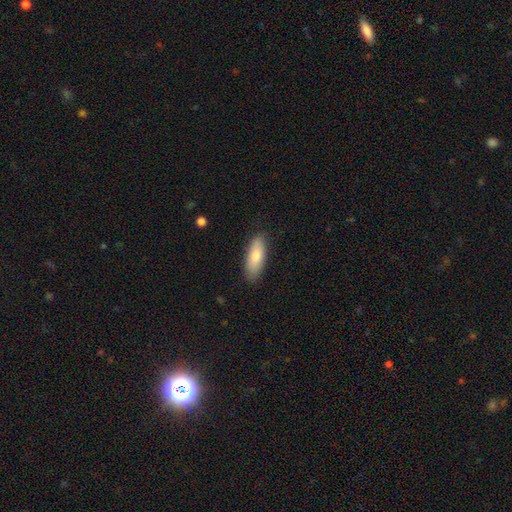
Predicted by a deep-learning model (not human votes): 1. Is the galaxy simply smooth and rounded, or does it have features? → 77% smooth, 18% featured or disk, 6% star or artifact.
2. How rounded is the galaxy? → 75% in between, 23% cigar-shaped, 2% round.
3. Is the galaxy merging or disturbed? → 83% none, 13% minor disturbance, 3% major disturbance, 1% merger.